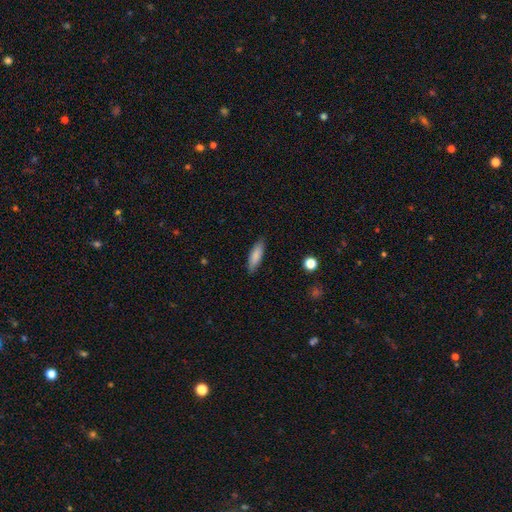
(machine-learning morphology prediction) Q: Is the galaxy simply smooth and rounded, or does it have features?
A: smooth — 83%.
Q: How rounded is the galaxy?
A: cigar-shaped — 55%.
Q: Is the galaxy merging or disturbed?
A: none — 86%.